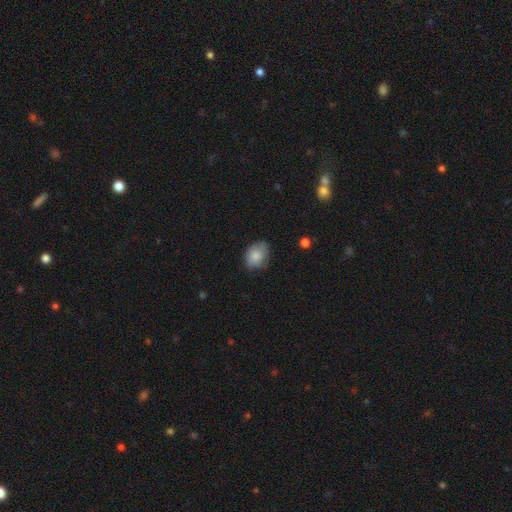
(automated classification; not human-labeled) This is clearly a smooth galaxy (82%). How rounded: likely in between (69%). Merging: likely none (66%).